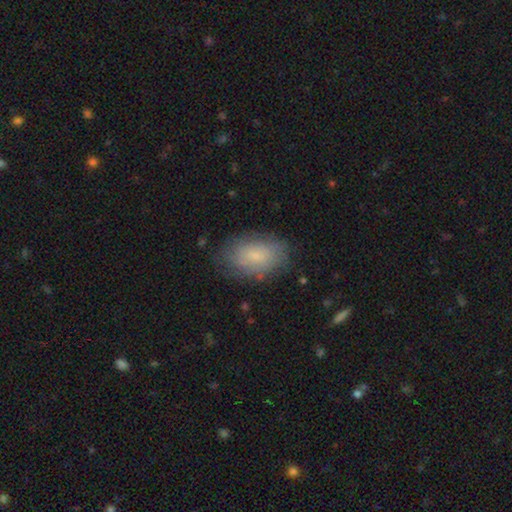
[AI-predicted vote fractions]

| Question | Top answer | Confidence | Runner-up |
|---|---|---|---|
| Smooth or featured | smooth | 67% | featured or disk (25%) |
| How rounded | in between | 90% | round (9%) |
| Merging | none | 76% | minor disturbance (17%) |